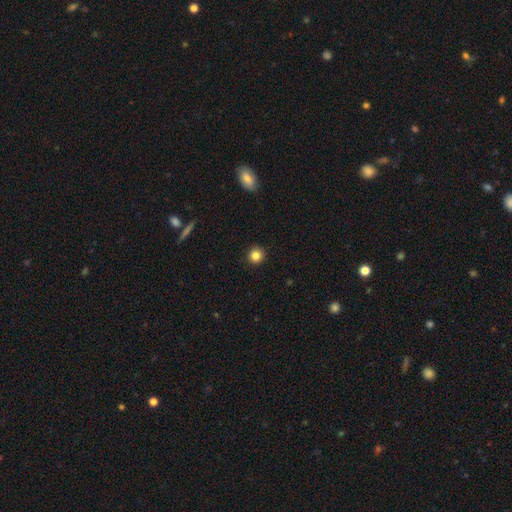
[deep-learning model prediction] Smooth or featured? Predicted: smooth (p=0.84). How rounded? Predicted: round (p=0.94). Merging? Predicted: none (p=0.93).